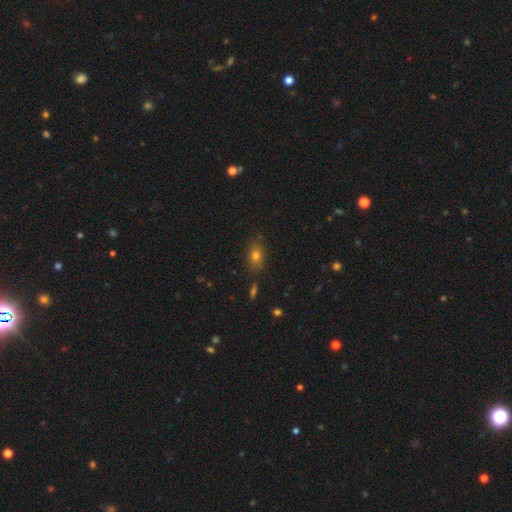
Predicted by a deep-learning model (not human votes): smooth_or_featured: smooth (p=0.73) [alt: star or artifact p=0.15]
how_rounded: in between (p=0.70) [alt: round p=0.25]
merging: none (p=0.80) [alt: minor disturbance p=0.14]